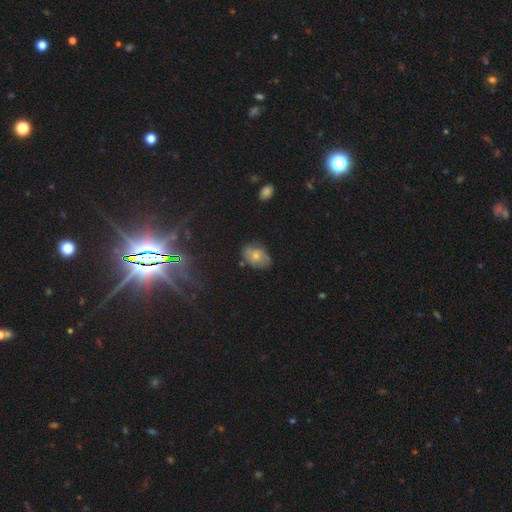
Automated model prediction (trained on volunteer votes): This appears to be a smooth galaxy with no disk features (59%) that is in between round and cigar-shaped (81%). Merging: none (65%).